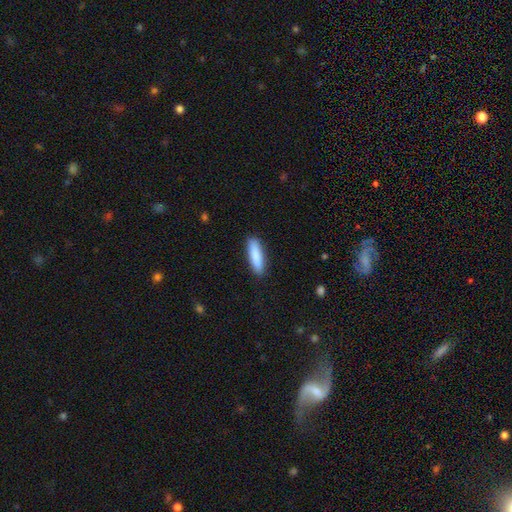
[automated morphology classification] Overall: smooth (87%). How rounded: cigar-shaped (70%). Merging: none (90%).